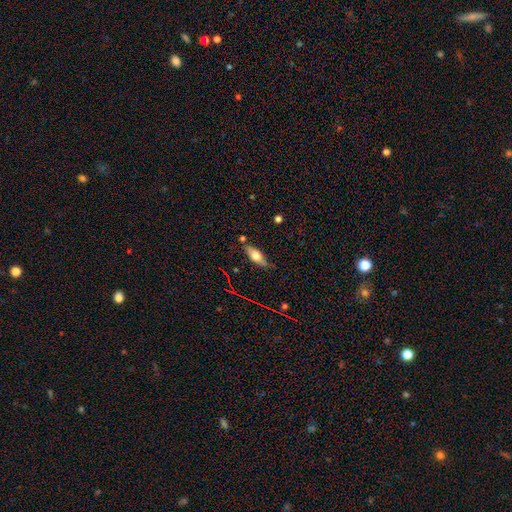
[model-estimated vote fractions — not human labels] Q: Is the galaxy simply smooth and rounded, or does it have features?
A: smooth — 62%.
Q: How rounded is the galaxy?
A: in between — 72%.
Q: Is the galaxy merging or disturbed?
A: none — 70%.